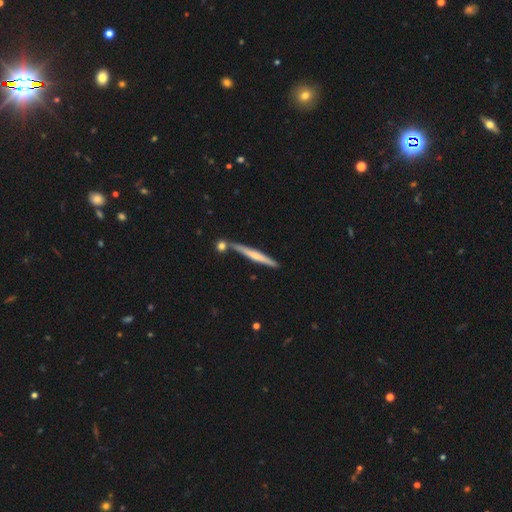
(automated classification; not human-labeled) smooth-or-featured: featured or disk: 49% | smooth: 46% | star or artifact: 6%
  merging: none: 75% | merger: 11% | minor disturbance: 11% | major disturbance: 3%